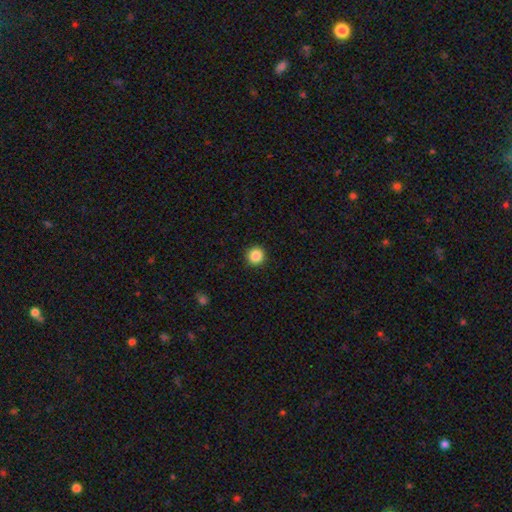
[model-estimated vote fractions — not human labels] Q: Smooth or featured?
A: smooth (87%); runner-up: star or artifact (10%)
Q: How rounded?
A: round (95%); runner-up: in between (4%)
Q: Merging?
A: none (93%); runner-up: minor disturbance (4%)